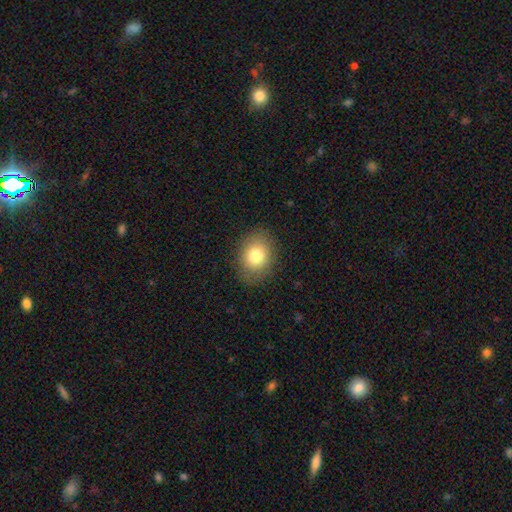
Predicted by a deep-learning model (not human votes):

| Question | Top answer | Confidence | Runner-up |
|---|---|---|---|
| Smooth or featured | smooth | 80% | featured or disk (10%) |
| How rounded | in between | 58% | round (41%) |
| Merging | none | 86% | minor disturbance (10%) |